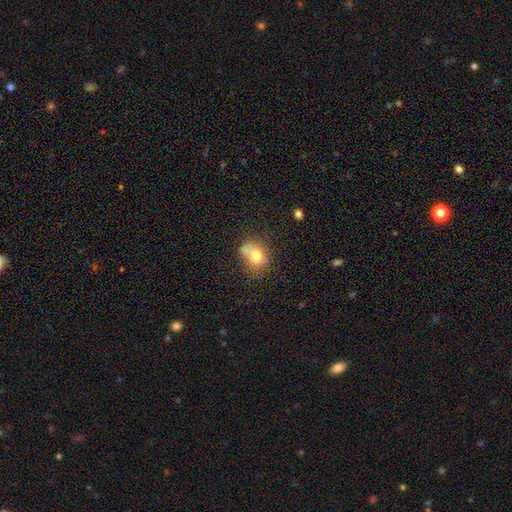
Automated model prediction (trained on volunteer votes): The model was most divided on "how rounded": round: 52%, in between: 47%, cigar-shaped: 1%. Remaining: smooth or featured — smooth (73%); merging — none (45%).